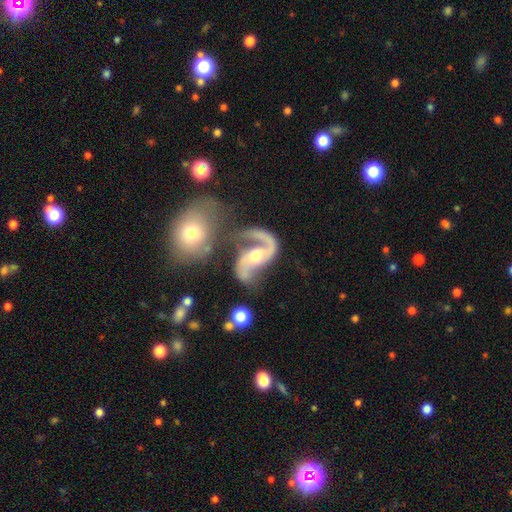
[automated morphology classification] Smooth or featured? Predicted: featured or disk (p=0.90). Edge-on disk? Predicted: no (p=0.98). Bar? Predicted: no (p=0.48). Spiral arms? Predicted: yes (p=0.97). Spiral winding? Predicted: loose (p=0.50). Spiral arm count? Predicted: 2 (p=0.90). Bulge size? Predicted: moderate (p=0.67). Merging? Predicted: none (p=0.41).